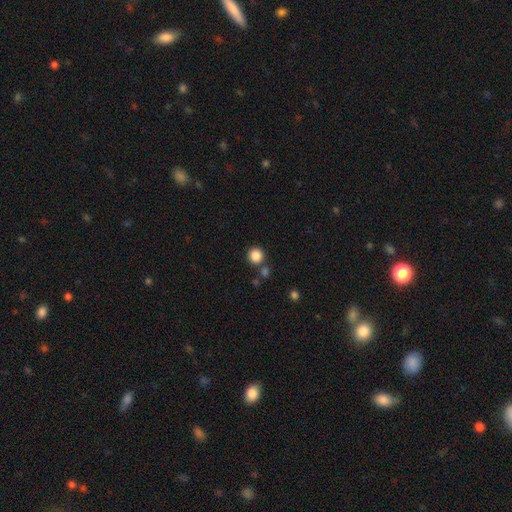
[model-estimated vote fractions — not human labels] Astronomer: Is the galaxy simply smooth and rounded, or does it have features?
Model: smooth — 86%.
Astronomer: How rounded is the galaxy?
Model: round — 94%.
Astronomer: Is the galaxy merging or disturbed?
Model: none — 81%.